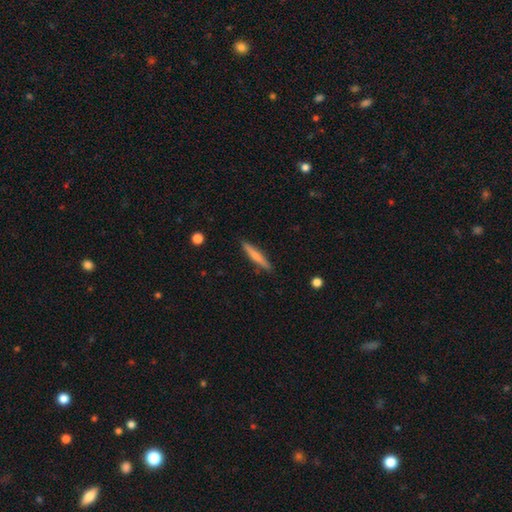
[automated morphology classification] smooth-or-featured: smooth: 62% | featured or disk: 33% | star or artifact: 6%
  how-rounded: cigar-shaped: 93% | in between: 5% | round: 1%
  merging: none: 89% | minor disturbance: 8% | major disturbance: 2% | merger: 1%